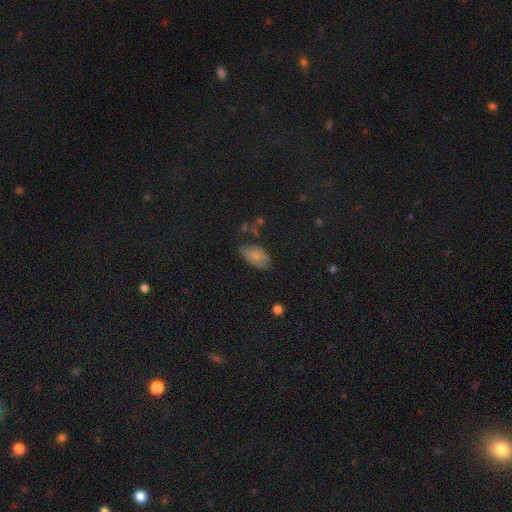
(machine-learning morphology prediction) A smooth galaxy with no disk features (74%) that is in between round and cigar-shaped (93%). Merging: none (56%).